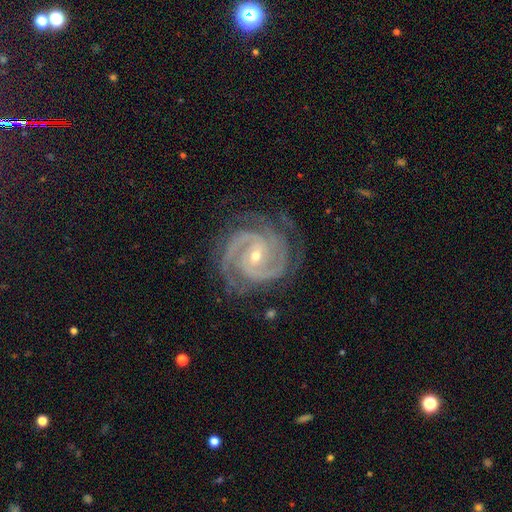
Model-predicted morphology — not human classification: Smooth or featured: featured or disk — 93% (star or artifact — 4%)
Edge-on disk: no — 98% (yes — 2%)
Bar: weak — 40% (no — 35%)
Spiral arms: yes — 99% (no — 1%)
Spiral winding: tight — 68% (medium — 29%)
Spiral arm count: 2 — 39% (3 — 32%)
Bulge size: small — 61% (moderate — 36%)
Merging: none — 77% (minor disturbance — 16%)